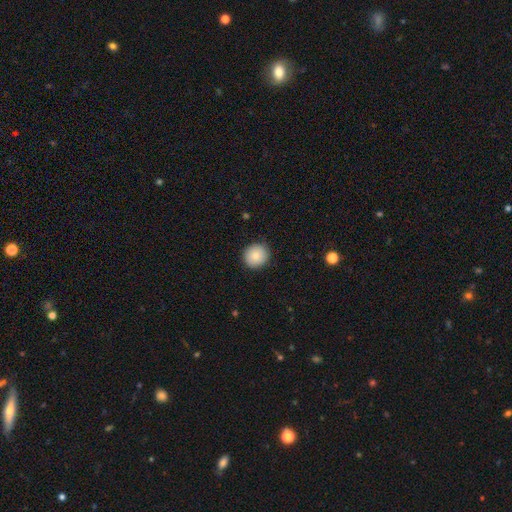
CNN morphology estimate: This is likely a smooth galaxy (80%). How rounded: clearly round (90%). Merging: clearly none (89%).